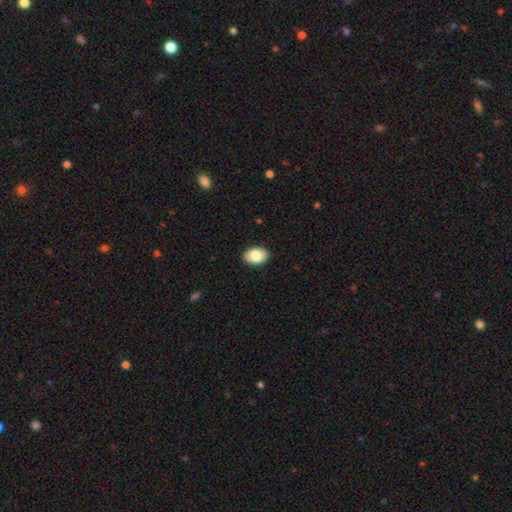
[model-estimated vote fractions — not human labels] smooth-or-featured: smooth: 84% | featured or disk: 9% | star or artifact: 7%
  how-rounded: in between: 85% | round: 14% | cigar-shaped: 1%
  merging: none: 90% | minor disturbance: 8% | major disturbance: 2% | merger: 1%